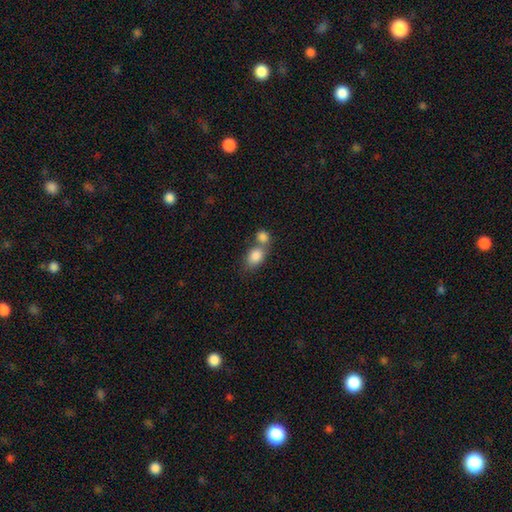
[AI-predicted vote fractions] The model was most divided on "merging": merger: 52%, none: 35%, minor disturbance: 9%, major disturbance: 4%. More confident: smooth or featured — smooth (85%); how rounded — in between (69%).